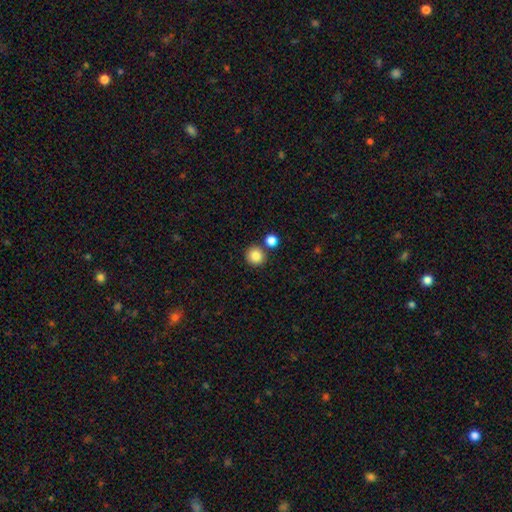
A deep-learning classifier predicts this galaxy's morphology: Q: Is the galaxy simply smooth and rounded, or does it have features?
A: smooth — 86%.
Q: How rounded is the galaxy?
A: round — 93%.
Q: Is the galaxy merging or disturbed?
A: none — 81%.